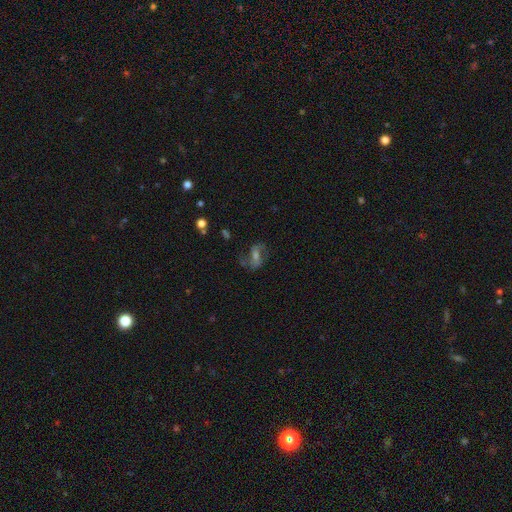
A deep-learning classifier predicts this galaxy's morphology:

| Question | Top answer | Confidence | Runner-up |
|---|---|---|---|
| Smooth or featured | featured or disk | 70% | smooth (16%) |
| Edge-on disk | no | 95% | yes (5%) |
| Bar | weak | 44% | no (29%) |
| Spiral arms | yes | 89% | no (11%) |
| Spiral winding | medium | 44% | loose (42%) |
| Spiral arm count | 2 | 86% | can't tell (7%) |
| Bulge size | moderate | 46% | small (40%) |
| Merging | none | 70% | minor disturbance (15%) |